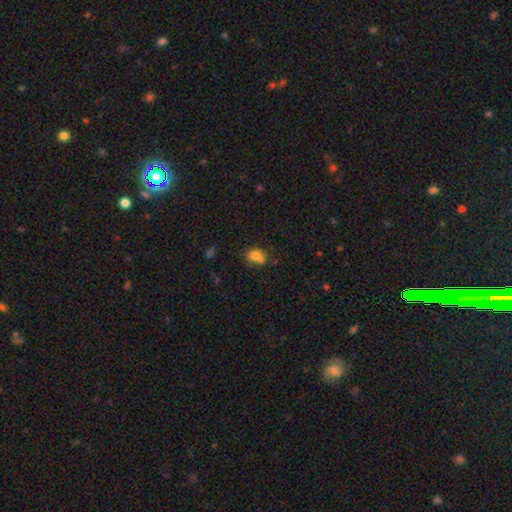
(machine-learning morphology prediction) A smooth galaxy with no disk features (76%) that is in between round and cigar-shaped (50%).

Vote fractions:
- Smooth or featured? smooth: 76% / star or artifact: 12% / featured or disk: 12%
- How rounded? in between: 50% / round: 49% / cigar-shaped: 1%
- Merging? none: 47% / merger: 30% / minor disturbance: 17% / major disturbance: 6%